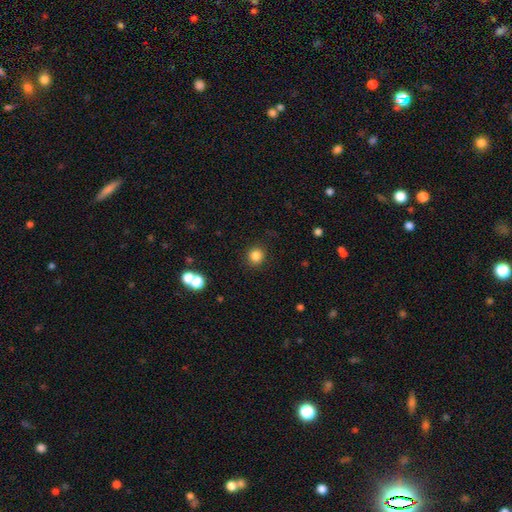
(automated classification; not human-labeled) Smooth or featured? Predicted: smooth (p=0.84). How rounded? Predicted: round (p=0.90). Merging? Predicted: none (p=0.88).